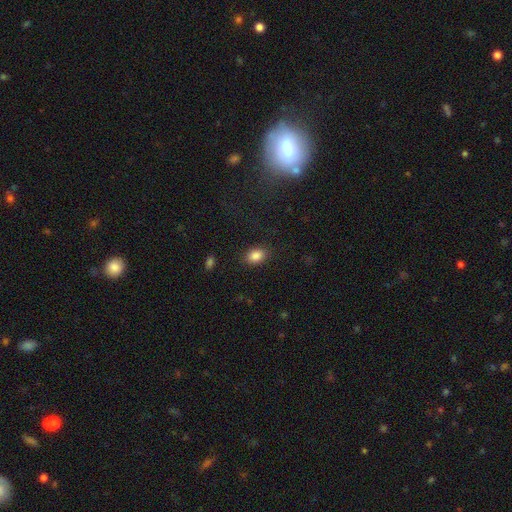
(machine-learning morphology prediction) smooth_or_featured: smooth (p=0.86) [alt: star or artifact p=0.09]
how_rounded: in between (p=0.75) [alt: round p=0.24]
merging: none (p=0.86) [alt: minor disturbance p=0.10]